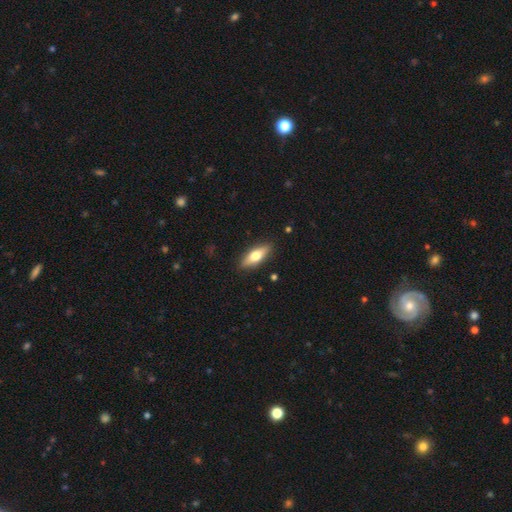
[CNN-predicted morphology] smooth_or_featured: smooth (p=0.60) [alt: featured or disk p=0.34]
how_rounded: in between (p=0.59) [alt: cigar-shaped p=0.38]
merging: none (p=0.88) [alt: minor disturbance p=0.09]